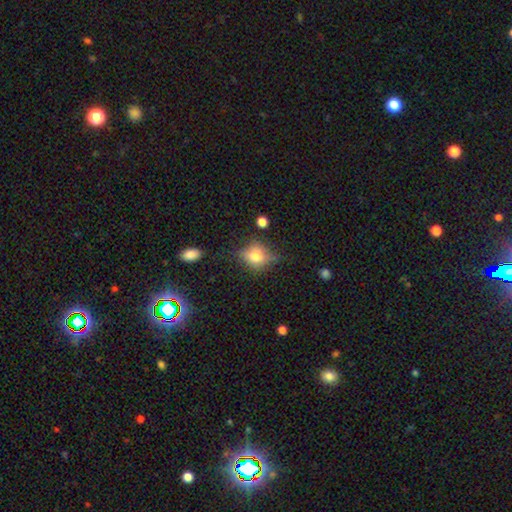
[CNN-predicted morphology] smooth 60%, featured or disk 26%, star or artifact 14%. Down the decision tree: how rounded — round (62%); merging — none (65%).